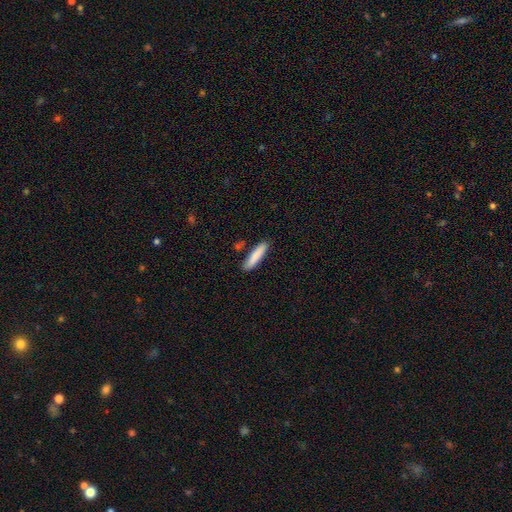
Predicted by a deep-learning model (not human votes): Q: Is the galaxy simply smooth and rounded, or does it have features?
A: smooth — 85%.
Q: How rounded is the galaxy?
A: cigar-shaped — 80%.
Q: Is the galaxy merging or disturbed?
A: none — 85%.